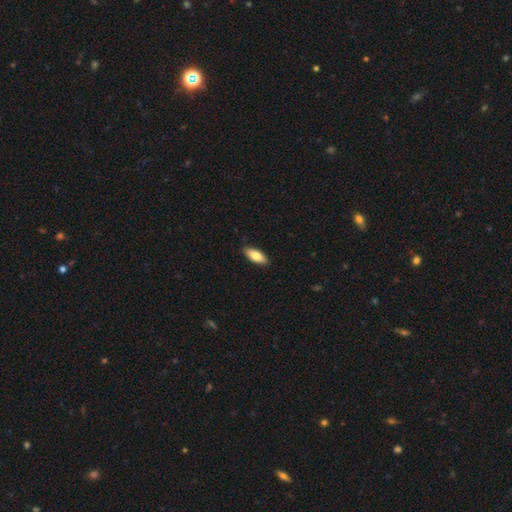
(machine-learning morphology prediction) Smooth or featured?
  - smooth: 78% *
  - featured or disk: 16%
  - star or artifact: 6%
How rounded?
  - in between: 79% *
  - cigar-shaped: 18%
  - round: 2%
Merging?
  - none: 88% *
  - minor disturbance: 10%
  - major disturbance: 2%
  - merger: 1%